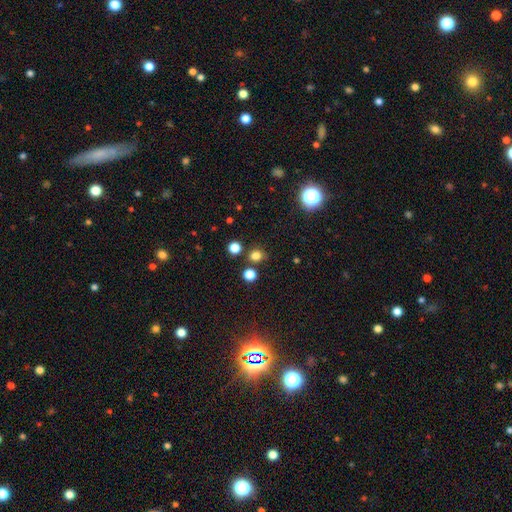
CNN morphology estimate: type=smooth (76%); roundness=round (79%); merging=none (77%).